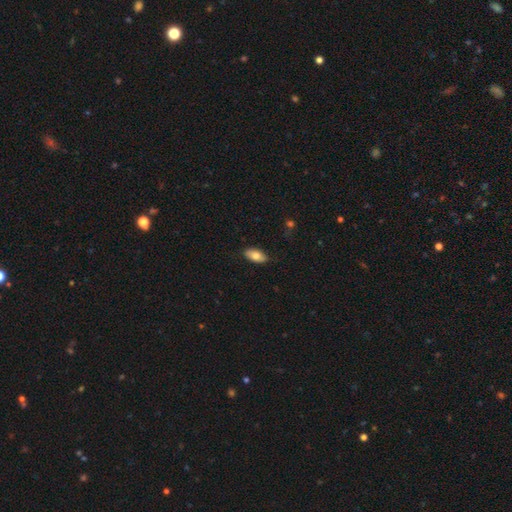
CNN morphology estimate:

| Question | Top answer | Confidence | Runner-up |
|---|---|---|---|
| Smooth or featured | smooth | 76% | featured or disk (17%) |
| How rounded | in between | 92% | cigar-shaped (5%) |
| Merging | none | 85% | minor disturbance (12%) |